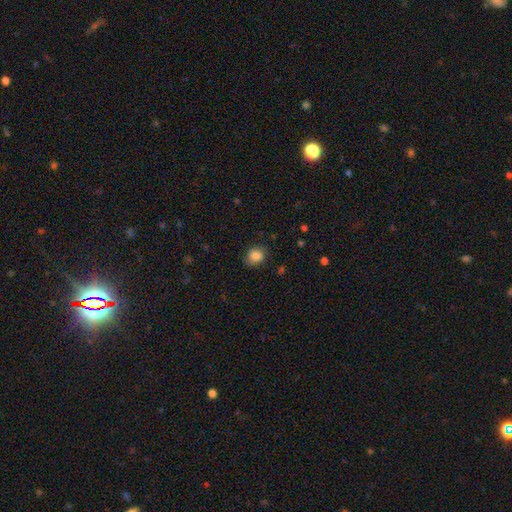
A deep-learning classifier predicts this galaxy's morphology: This is clearly a smooth galaxy (85%). How rounded: likely round (62%). Merging: likely none (78%).